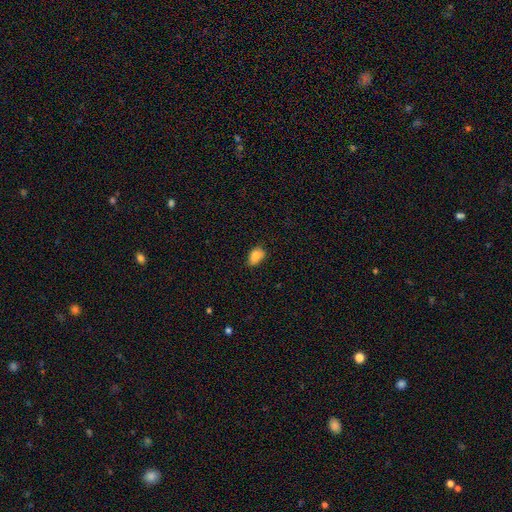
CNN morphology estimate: smooth-or-featured: smooth: 84% | star or artifact: 9% | featured or disk: 7%
  how-rounded: in between: 84% | round: 14% | cigar-shaped: 2%
  merging: none: 72% | minor disturbance: 23% | major disturbance: 3% | merger: 1%